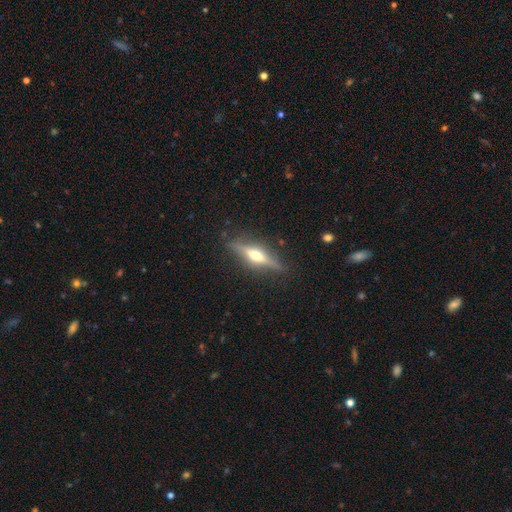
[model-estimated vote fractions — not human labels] Smooth or featured? featured or disk (69%)
Edge-on disk? yes (95%)
Edge-on bulge? rounded (91%)
Merging? none (85%)